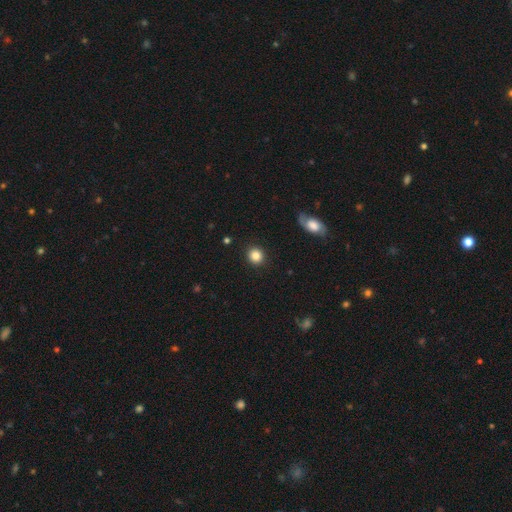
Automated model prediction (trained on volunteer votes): Smooth or featured: smooth — 85% (star or artifact — 10%)
How rounded: round — 90% (in between — 9%)
Merging: none — 91% (minor disturbance — 6%)